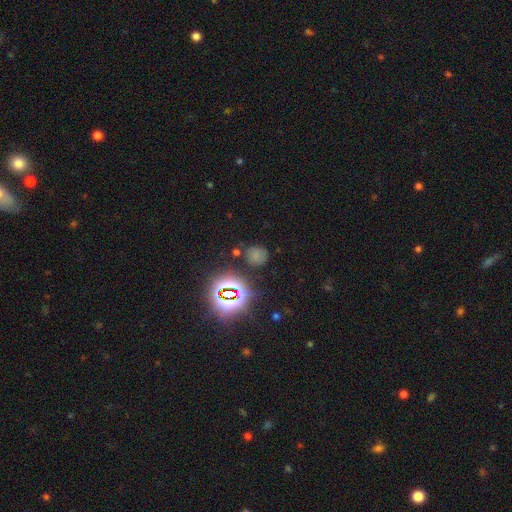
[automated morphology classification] type=smooth (58%); roundness=round (81%); merging=none (77%).